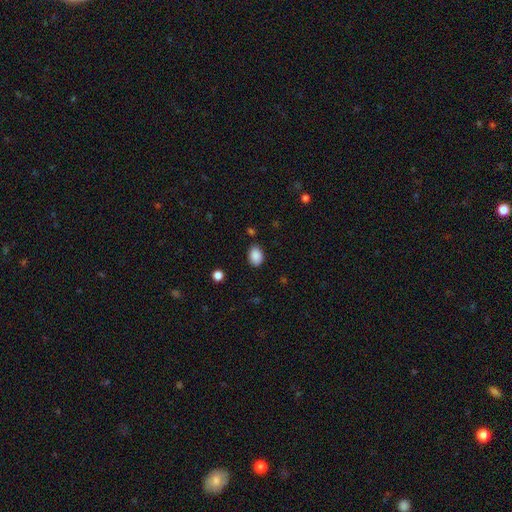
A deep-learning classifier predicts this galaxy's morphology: This is clearly a smooth galaxy (88%). How rounded: likely in between (75%). Merging: clearly none (83%).